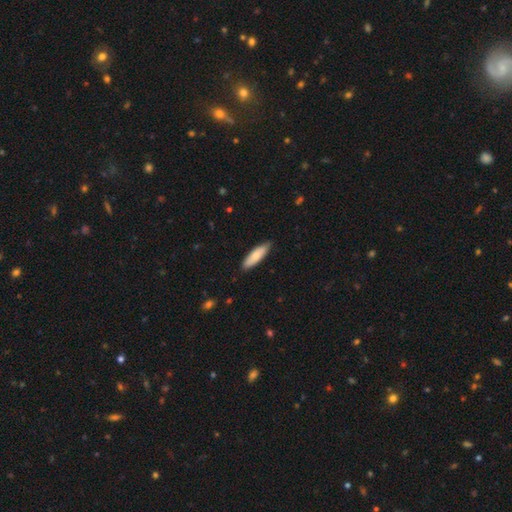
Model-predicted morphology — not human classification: A smooth galaxy with no disk features (76%) that is cigar-shaped (57%).

Vote fractions:
- Smooth or featured? smooth: 76% / featured or disk: 19% / star or artifact: 5%
- How rounded? cigar-shaped: 57% / in between: 42% / round: 2%
- Merging? none: 86% / minor disturbance: 11% / major disturbance: 2% / merger: 1%